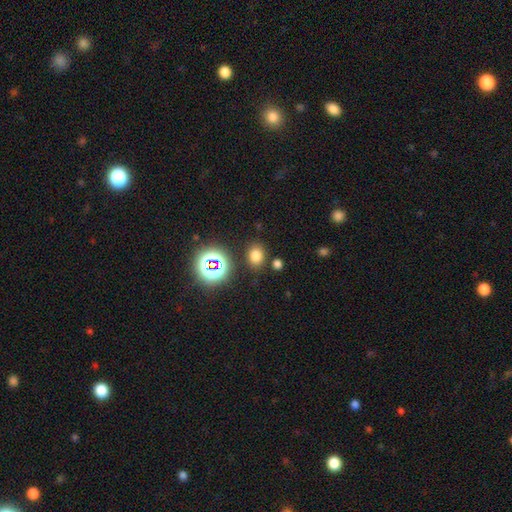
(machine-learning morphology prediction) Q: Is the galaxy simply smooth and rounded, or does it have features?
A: smooth — 73%.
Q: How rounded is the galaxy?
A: in between — 50%.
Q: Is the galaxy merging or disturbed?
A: none — 81%.